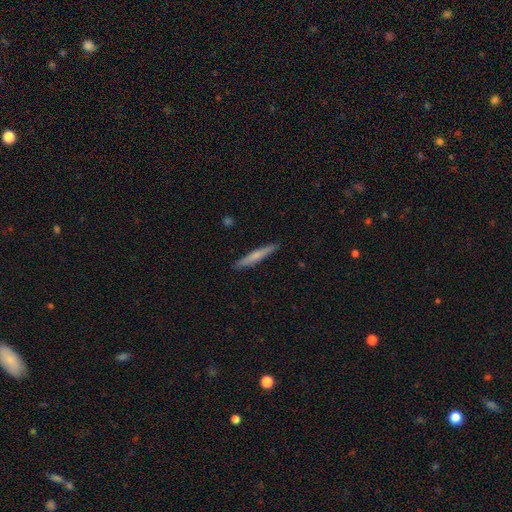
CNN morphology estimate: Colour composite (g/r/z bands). It shows a smooth galaxy with no disk features (61%) that is cigar-shaped (95%). Merging: none (91%).